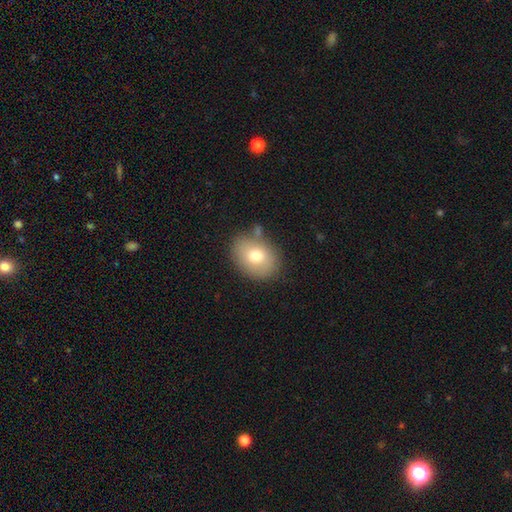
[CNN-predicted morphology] This is likely a smooth galaxy (74%). How rounded: likely in between (64%). Merging: likely none (77%).